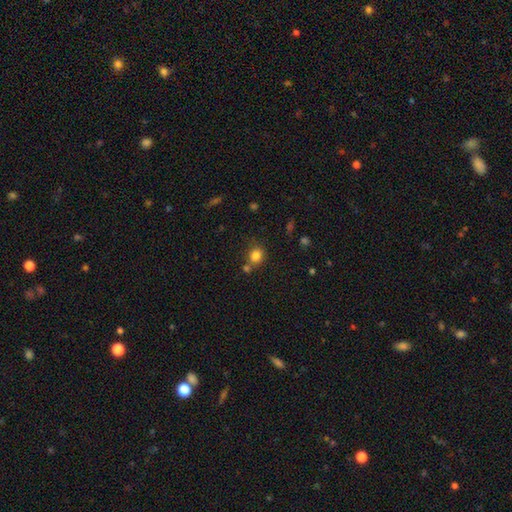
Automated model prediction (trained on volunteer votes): Smooth or featured? smooth (82%)
How rounded? round (72%)
Merging? none (62%)